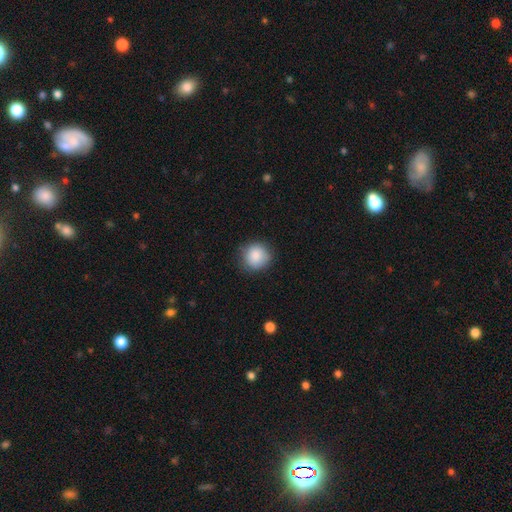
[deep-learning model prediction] smooth 87%, star or artifact 8%, featured or disk 5%. Down the decision tree: how rounded — round (90%); merging — none (83%).